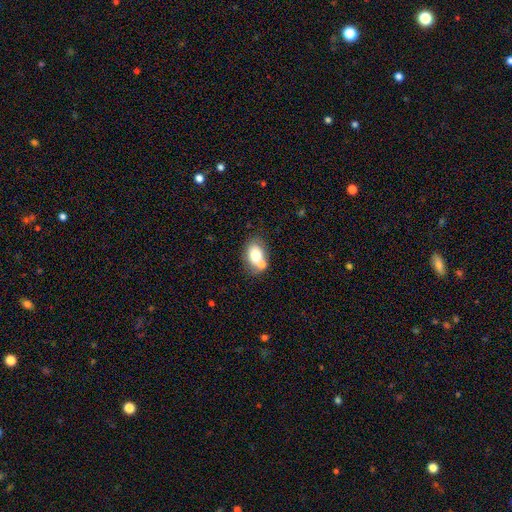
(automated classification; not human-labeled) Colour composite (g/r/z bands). It shows a smooth galaxy with no disk features (71%) that is in between round and cigar-shaped (73%). Merging: none (51%).